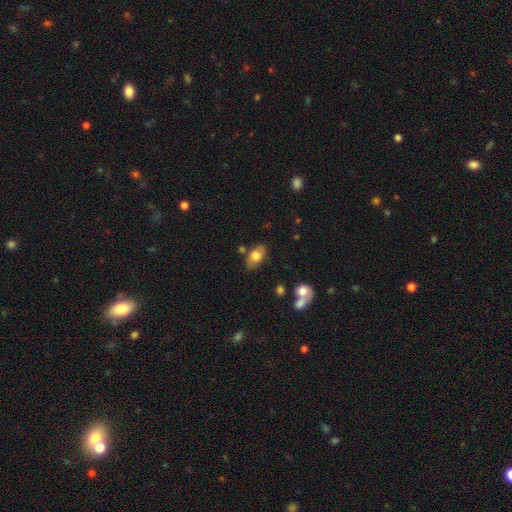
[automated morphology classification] A smooth galaxy with no disk features (77%) that is in between round and cigar-shaped (91%).

Vote fractions:
- Smooth or featured? smooth: 77% / featured or disk: 16% / star or artifact: 7%
- How rounded? in between: 91% / round: 6% / cigar-shaped: 3%
- Merging? none: 71% / minor disturbance: 18% / merger: 7% / major disturbance: 4%